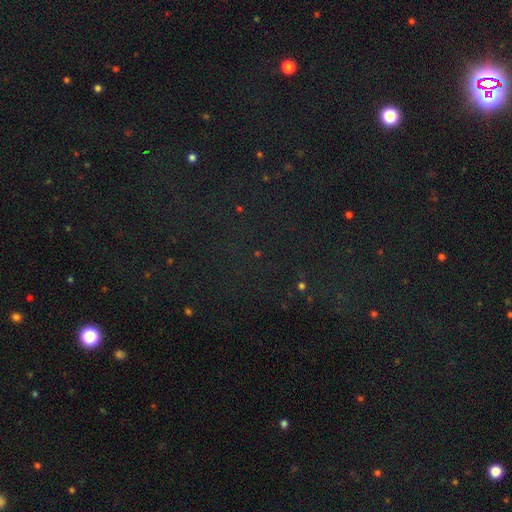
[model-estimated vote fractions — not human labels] Morphology: type=star or artifact (78%).